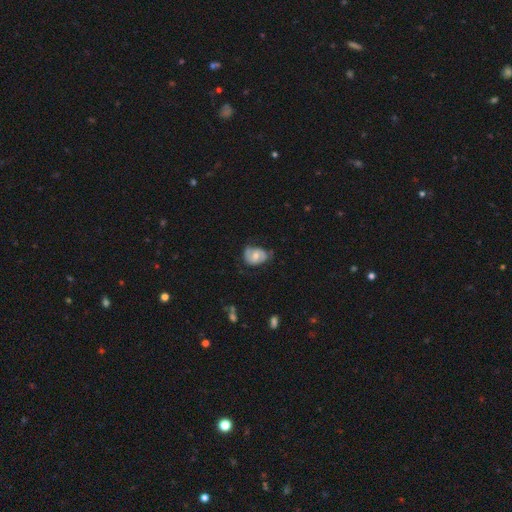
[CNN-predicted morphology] smooth-or-featured: featured or disk: 47% | smooth: 46% | star or artifact: 7%
  merging: none: 53% | minor disturbance: 35% | major disturbance: 11% | merger: 2%